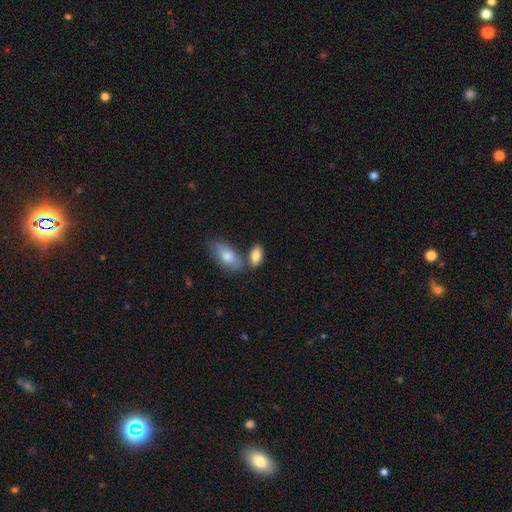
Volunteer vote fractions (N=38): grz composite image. It shows a smooth galaxy with no disk features (79%) that is in between round and cigar-shaped (93%). Merging: none (81%).